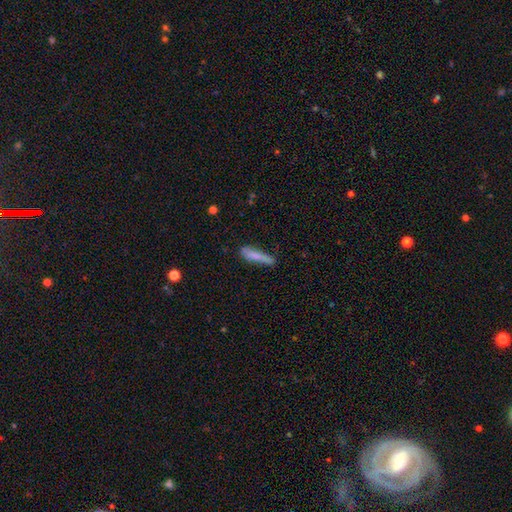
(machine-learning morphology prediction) Smooth or featured?
  - smooth: 78% *
  - featured or disk: 15%
  - star or artifact: 6%
How rounded?
  - cigar-shaped: 85% *
  - in between: 14%
  - round: 2%
Merging?
  - none: 63% *
  - minor disturbance: 27%
  - major disturbance: 7%
  - merger: 4%